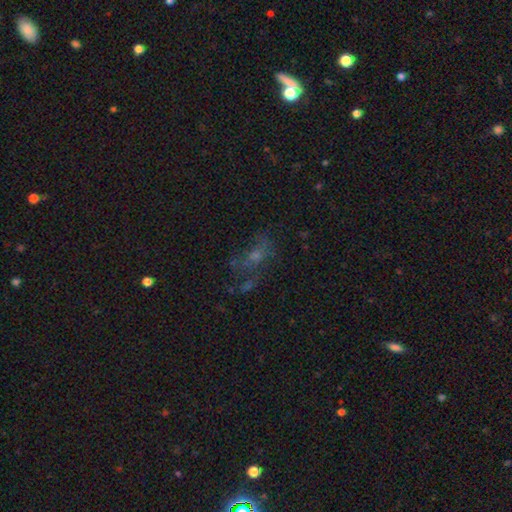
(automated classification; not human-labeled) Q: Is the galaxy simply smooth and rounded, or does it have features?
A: featured or disk — 37%.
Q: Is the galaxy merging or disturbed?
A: none — 48%.